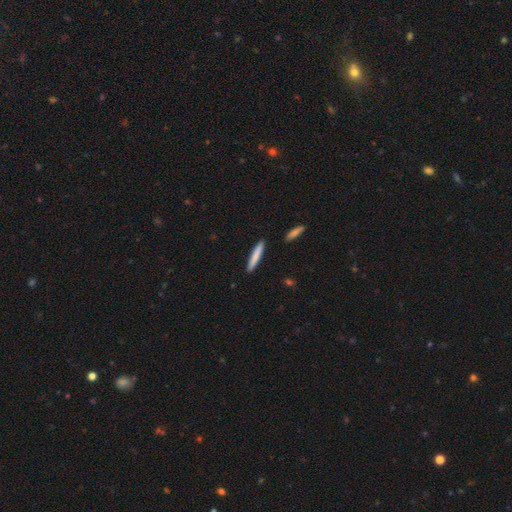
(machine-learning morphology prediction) Smooth or featured: smooth — 79% (featured or disk — 16%)
How rounded: cigar-shaped — 94% (in between — 5%)
Merging: none — 91% (minor disturbance — 6%)